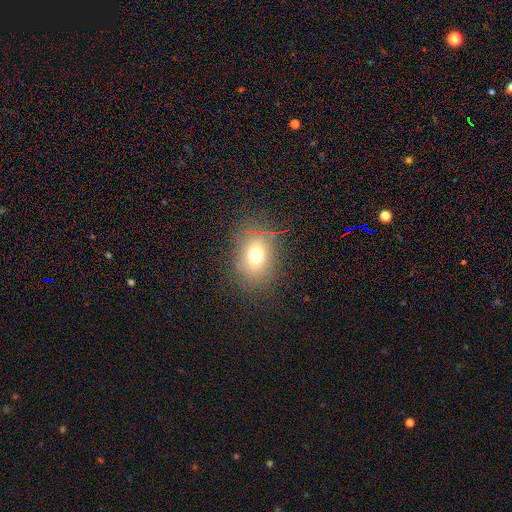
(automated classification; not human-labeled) The model was most divided on "how rounded": in between: 58%, round: 40%, cigar-shaped: 2%. More confident: merging — none (79%); smooth or featured — smooth (68%).